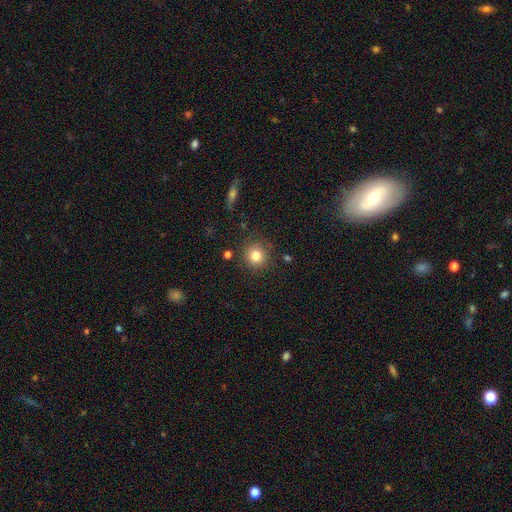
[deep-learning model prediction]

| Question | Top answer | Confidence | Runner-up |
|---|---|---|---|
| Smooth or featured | smooth | 81% | star or artifact (11%) |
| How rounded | round | 91% | in between (8%) |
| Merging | none | 86% | minor disturbance (9%) |